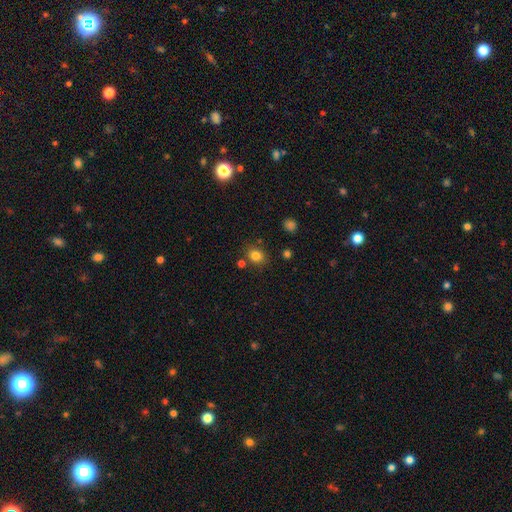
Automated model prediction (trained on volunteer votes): Smooth or featured?
  - smooth: 81% *
  - star or artifact: 13%
  - featured or disk: 6%
How rounded?
  - round: 62% *
  - in between: 37%
  - cigar-shaped: 1%
Merging?
  - none: 79% *
  - minor disturbance: 11%
  - merger: 7%
  - major disturbance: 3%